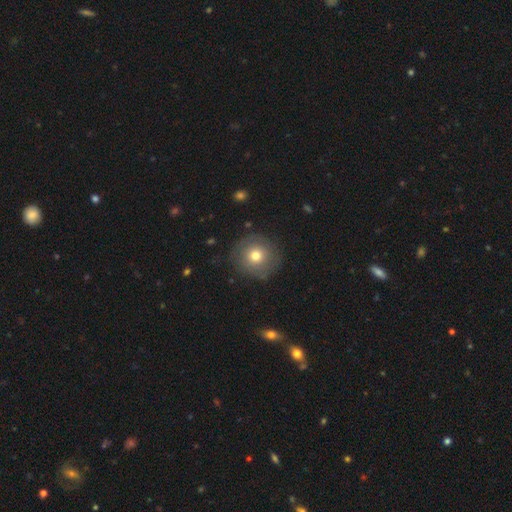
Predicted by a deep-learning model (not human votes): This appears to be a smooth galaxy with no disk features (70%) that is round (92%). Merging: none (84%).